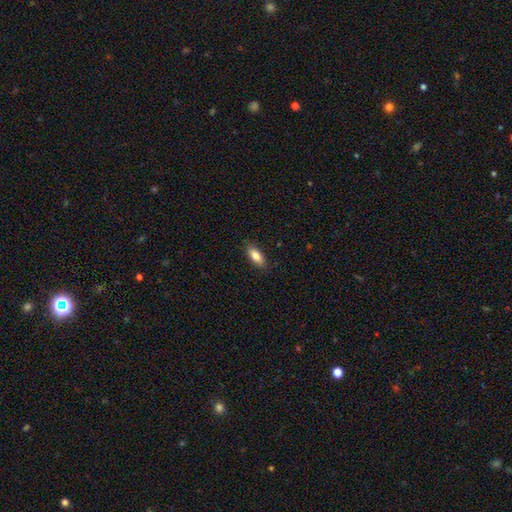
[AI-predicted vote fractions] Smooth or featured?
  - smooth: 83% *
  - featured or disk: 11%
  - star or artifact: 7%
How rounded?
  - in between: 79% *
  - cigar-shaped: 19%
  - round: 2%
Merging?
  - none: 87% *
  - minor disturbance: 10%
  - major disturbance: 2%
  - merger: 1%